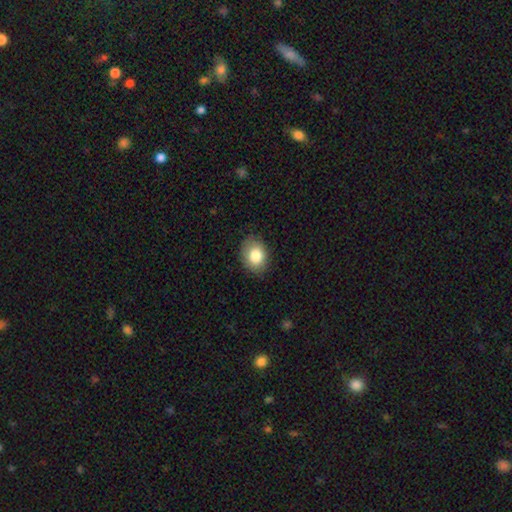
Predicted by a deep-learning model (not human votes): Q: Smooth or featured?
A: smooth (82%); runner-up: featured or disk (9%)
Q: How rounded?
A: in between (59%); runner-up: round (40%)
Q: Merging?
A: none (85%); runner-up: minor disturbance (12%)